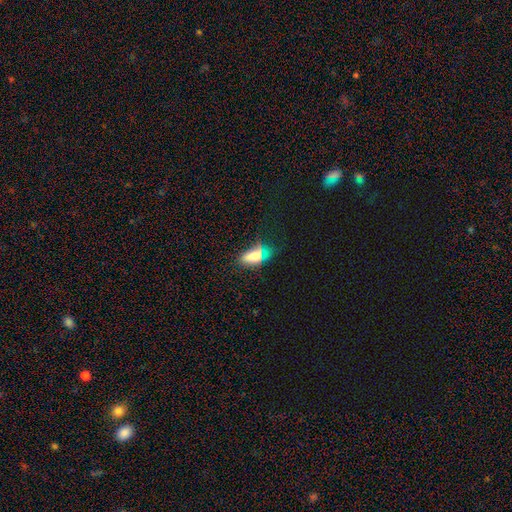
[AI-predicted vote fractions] A smooth galaxy with no disk features (71%) that is in between round and cigar-shaped (82%).

Vote fractions:
- Smooth or featured? smooth: 71% / star or artifact: 17% / featured or disk: 12%
- How rounded? in between: 82% / cigar-shaped: 12% / round: 6%
- Merging? none: 56% / minor disturbance: 25% / major disturbance: 11% / merger: 8%